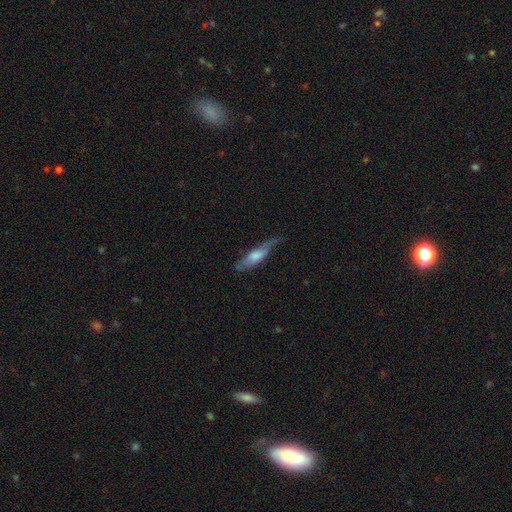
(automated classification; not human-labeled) The model was most divided on "how rounded": cigar-shaped: 54%, in between: 44%, round: 2%. Remaining: smooth or featured — smooth (55%); merging — none (48%).